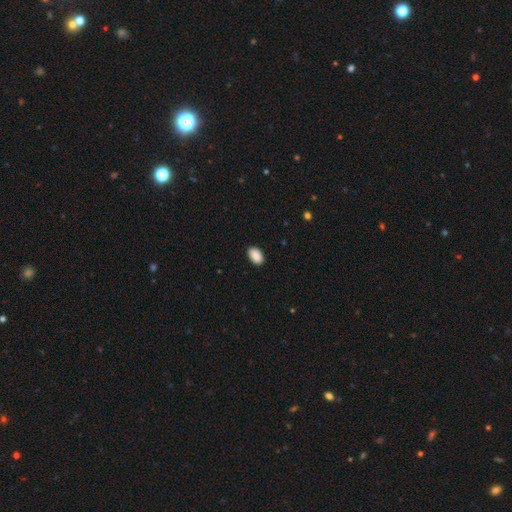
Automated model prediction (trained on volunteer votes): Smooth or featured?
  - smooth: 90% *
  - star or artifact: 7%
  - featured or disk: 3%
How rounded?
  - in between: 91% *
  - round: 7%
  - cigar-shaped: 1%
Merging?
  - none: 89% *
  - minor disturbance: 8%
  - major disturbance: 2%
  - merger: 1%